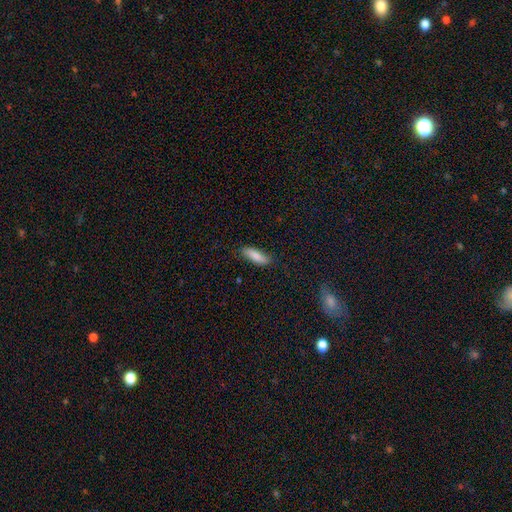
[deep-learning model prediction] smooth 85%, featured or disk 9%, star or artifact 6%. Down the decision tree: how rounded — in between (54%); merging — none (82%).